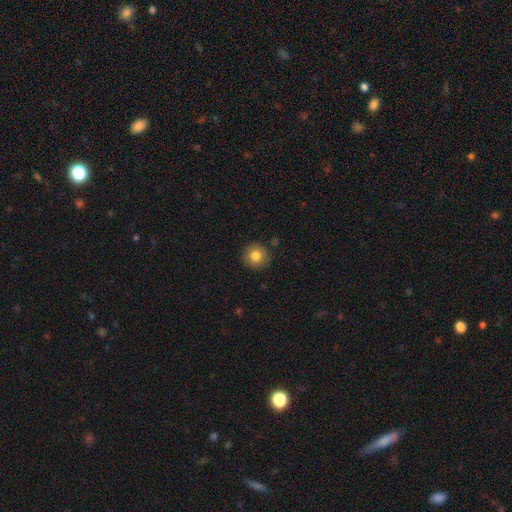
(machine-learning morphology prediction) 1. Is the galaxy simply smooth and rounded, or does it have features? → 81% smooth, 10% featured or disk, 9% star or artifact.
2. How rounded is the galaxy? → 94% round, 5% in between, 1% cigar-shaped.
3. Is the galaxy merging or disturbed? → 88% none, 8% minor disturbance, 2% major disturbance, 1% merger.